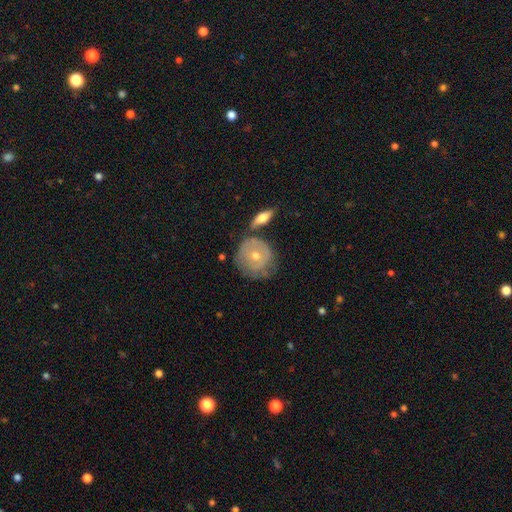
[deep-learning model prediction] Smooth or featured: featured or disk — 62% (smooth — 31%)
Edge-on disk: no — 93% (yes — 7%)
Bar: no — 79% (weak — 17%)
Spiral arms: yes — 59% (no — 41%)
Bulge size: moderate — 52% (small — 44%)
Merging: none — 62% (minor disturbance — 20%)